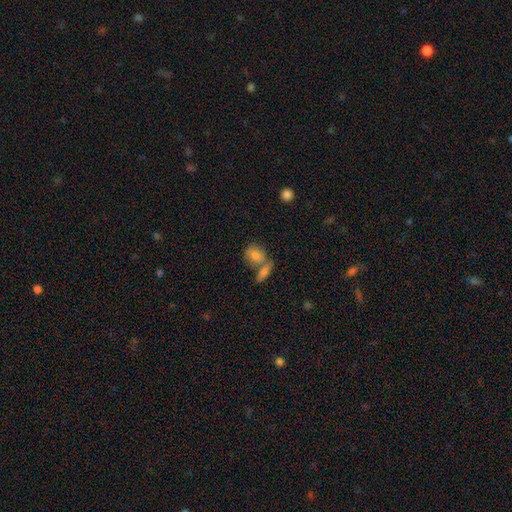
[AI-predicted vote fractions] smooth 69%, featured or disk 19%, star or artifact 12%. Down the decision tree: how rounded — in between (63%); merging — none (44%).